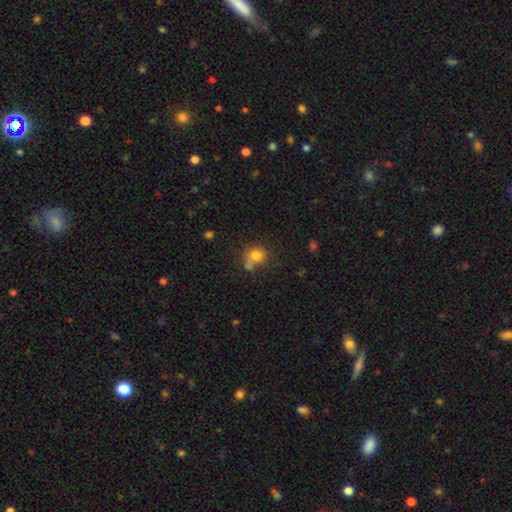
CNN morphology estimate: Smooth or featured: smooth — 78% (star or artifact — 12%)
How rounded: round — 78% (in between — 21%)
Merging: none — 51% (merger — 26%)